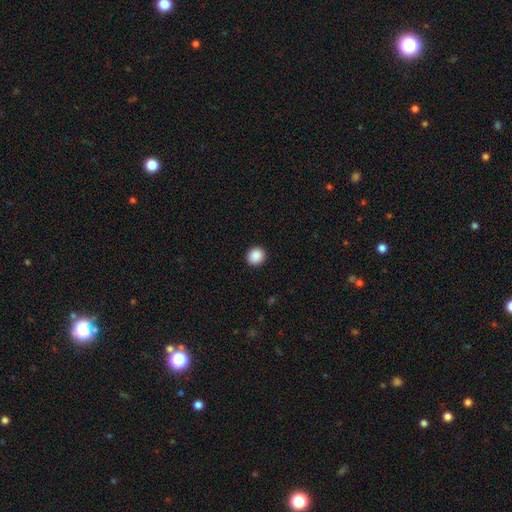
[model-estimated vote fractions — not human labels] smooth-or-featured: smooth: 89% | star or artifact: 9% | featured or disk: 2%
  how-rounded: round: 86% | in between: 13% | cigar-shaped: 1%
  merging: none: 92% | minor disturbance: 5% | major disturbance: 2% | merger: 1%